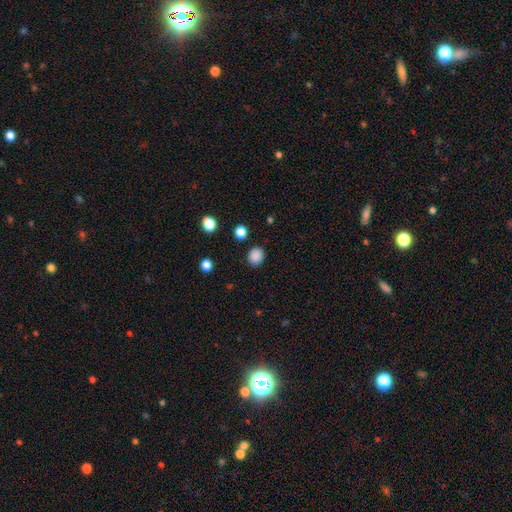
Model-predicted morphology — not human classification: This is clearly a smooth galaxy (87%). How rounded: likely round (76%). Merging: clearly none (88%).